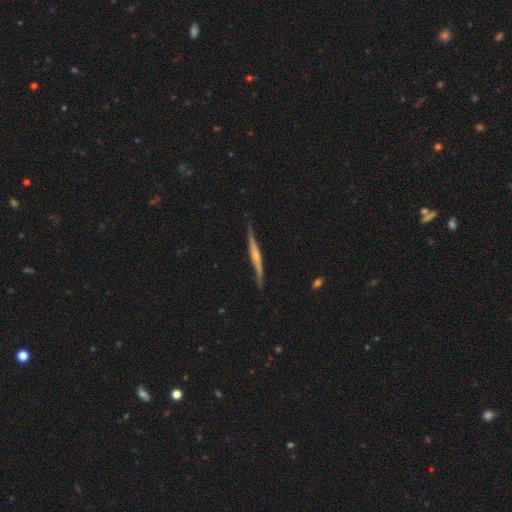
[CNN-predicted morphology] type=featured or disk (72%); edge-on=yes (94%); edge-on bulge=rounded (55%); merging=none (78%).